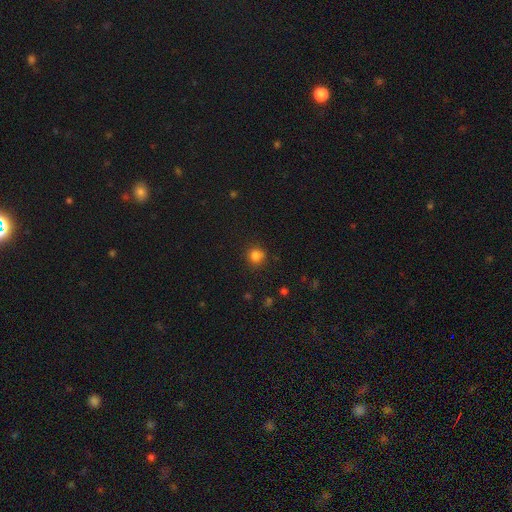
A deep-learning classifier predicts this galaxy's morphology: The model was most divided on "smooth or featured": smooth: 81%, star or artifact: 14%, featured or disk: 5%. More confident: how rounded — round (89%); merging — none (84%).